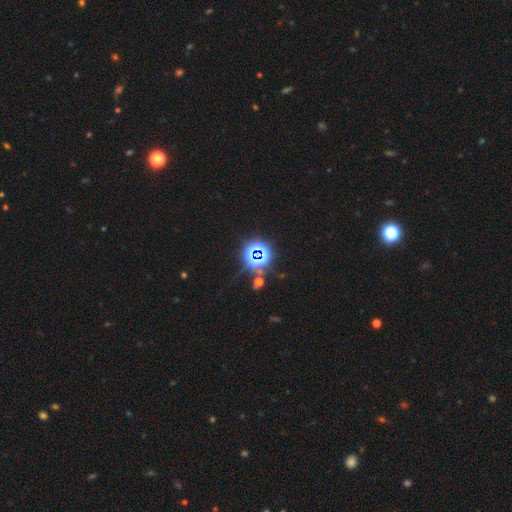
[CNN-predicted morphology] Overall: star or artifact (76%).